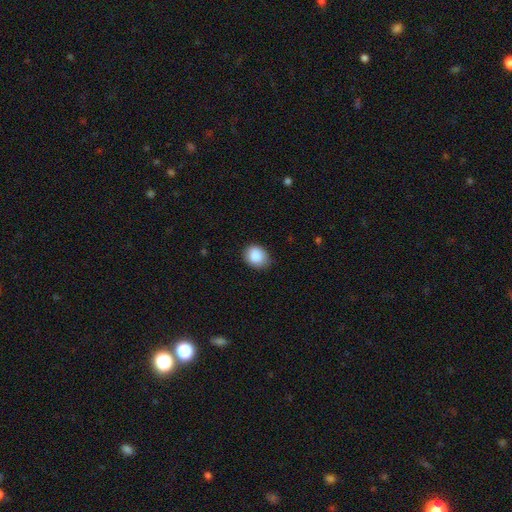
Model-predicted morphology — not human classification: A smooth galaxy with no disk features (88%) that is round (50%). Merging: none (75%).